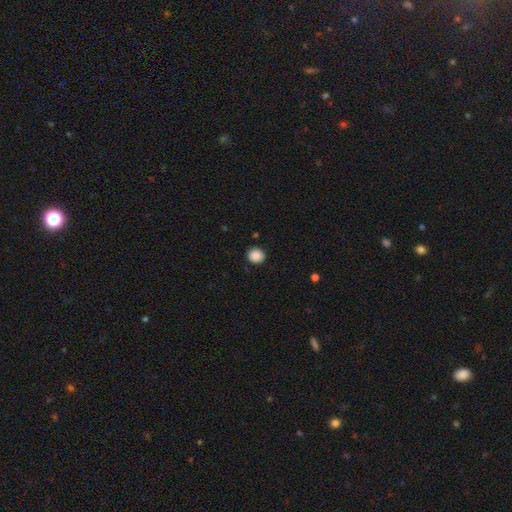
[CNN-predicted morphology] Smooth or featured? Predicted: smooth (p=0.88). How rounded? Predicted: round (p=0.81). Merging? Predicted: none (p=0.90).